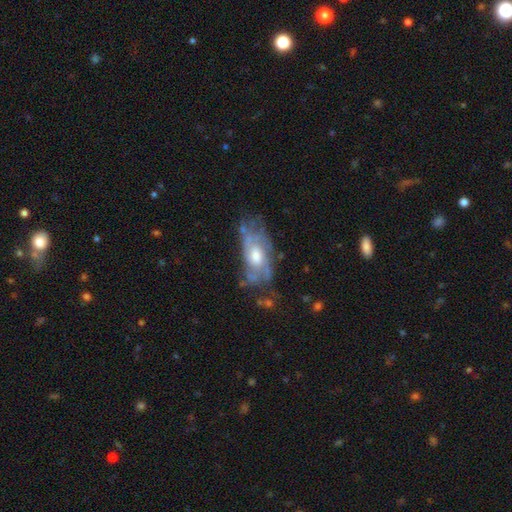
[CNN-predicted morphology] The model was most divided on "spiral winding": tight: 47%, medium: 39%, loose: 14%. Remaining: edge-on disk — no (92%); spiral arms — yes (82%); smooth or featured — featured or disk (77%); bar — no (66%); bulge size — moderate (64%); merging — none (55%); spiral arm count — can't tell (48%).